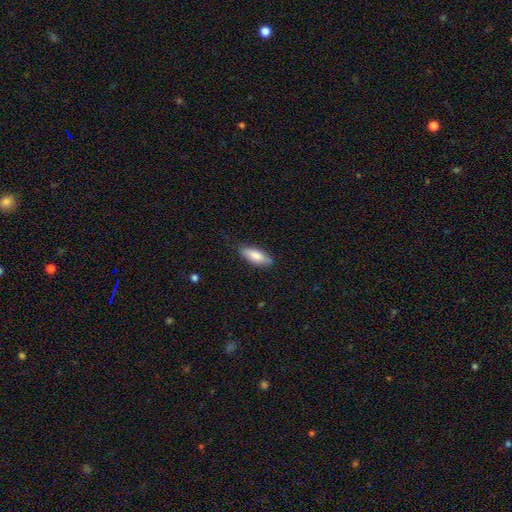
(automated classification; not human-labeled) Morphology: type=smooth (79%); roundness=in between (66%); merging=none (79%).